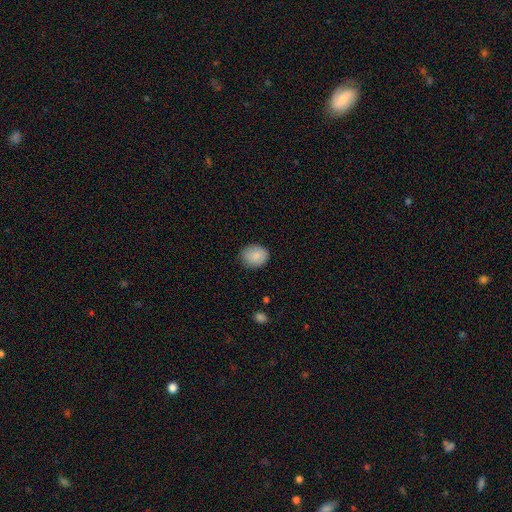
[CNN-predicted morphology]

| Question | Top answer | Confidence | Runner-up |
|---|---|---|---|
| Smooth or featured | smooth | 86% | star or artifact (7%) |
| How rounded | round | 66% | in between (33%) |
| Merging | none | 83% | minor disturbance (13%) |